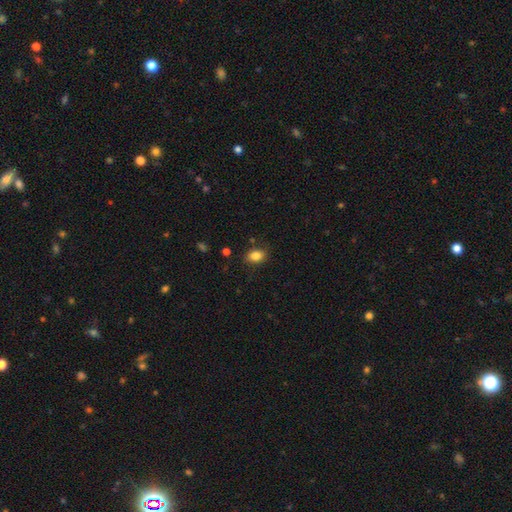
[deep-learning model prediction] The model was most divided on "how rounded": in between: 75%, round: 24%, cigar-shaped: 1%. More confident: smooth or featured — smooth (84%); merging — none (84%).